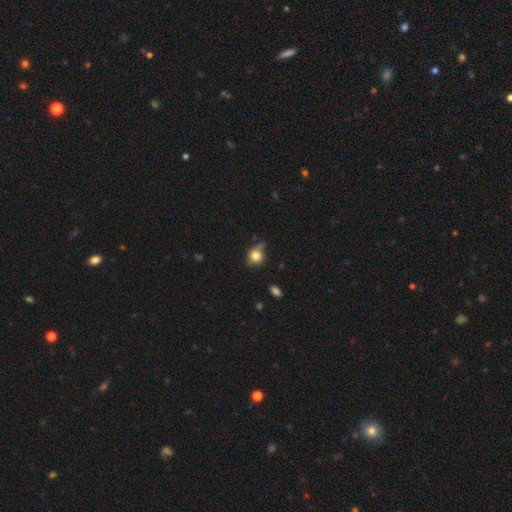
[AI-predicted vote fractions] Smooth or featured: smooth — 77% (featured or disk — 12%)
How rounded: round — 81% (in between — 18%)
Merging: none — 57% (minor disturbance — 27%)